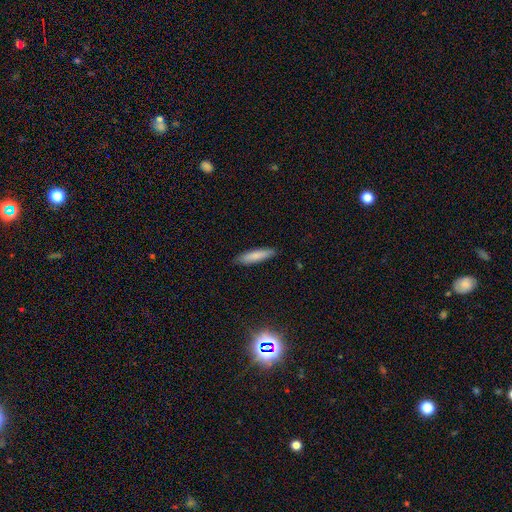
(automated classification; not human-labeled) Smooth or featured? Predicted: smooth (p=0.81). How rounded? Predicted: cigar-shaped (p=0.79). Merging? Predicted: none (p=0.88).